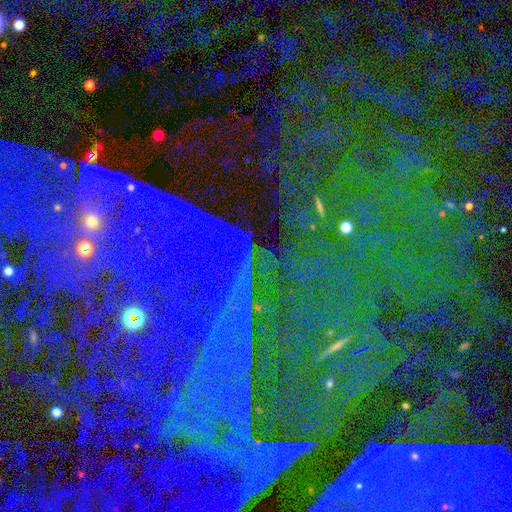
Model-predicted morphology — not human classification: Smooth or featured: star or artifact — 86% (featured or disk — 8%)